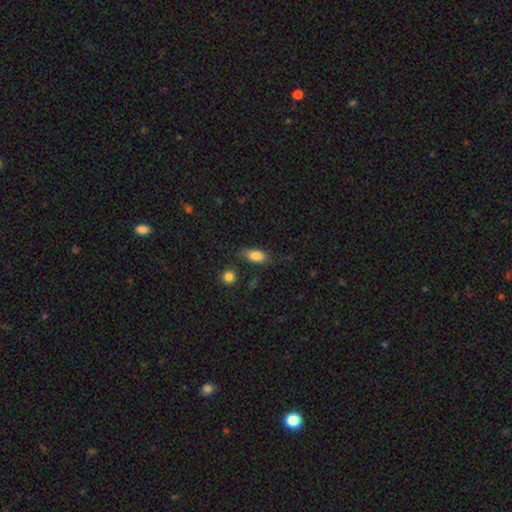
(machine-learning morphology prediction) type=smooth (83%); roundness=in between (84%); merging=none (73%).